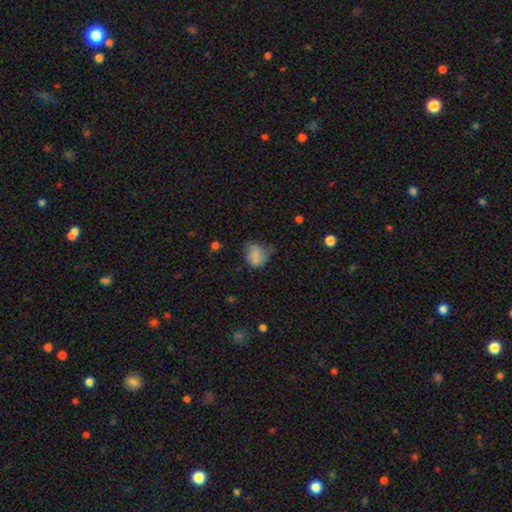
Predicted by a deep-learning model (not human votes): Morphology: type=smooth (76%); roundness=round (52%); merging=none (46%).